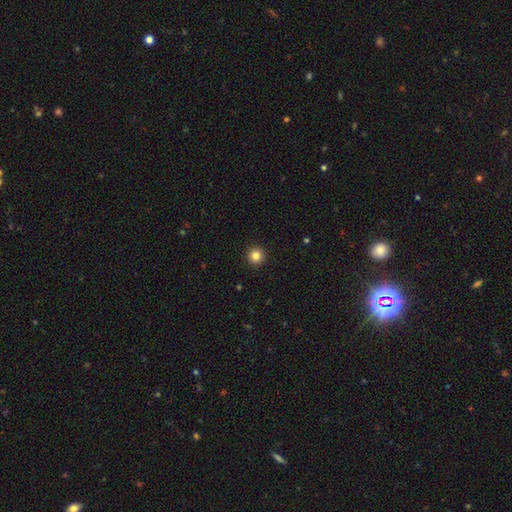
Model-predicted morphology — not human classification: Smooth or featured? Predicted: smooth (p=0.83). How rounded? Predicted: round (p=0.96). Merging? Predicted: none (p=0.94).